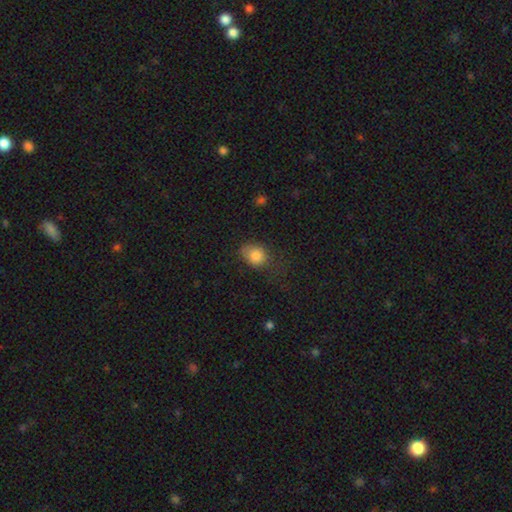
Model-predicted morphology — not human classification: Smooth or featured? smooth (83%)
How rounded? round (56%)
Merging? none (52%)